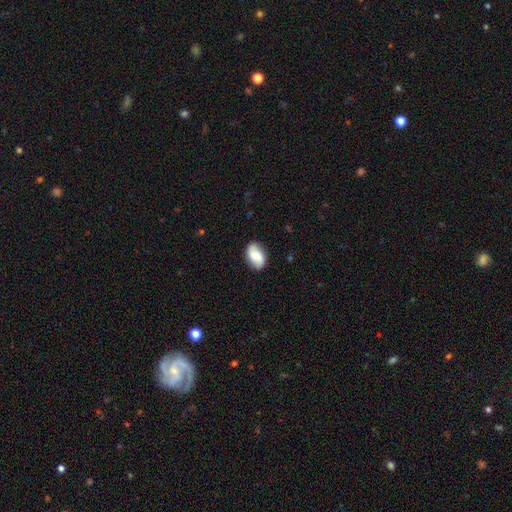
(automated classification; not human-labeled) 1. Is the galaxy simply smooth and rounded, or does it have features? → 51% smooth, 42% featured or disk, 7% star or artifact.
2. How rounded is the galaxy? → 88% in between, 10% round, 2% cigar-shaped.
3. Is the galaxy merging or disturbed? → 83% none, 13% minor disturbance, 3% major disturbance, 1% merger.